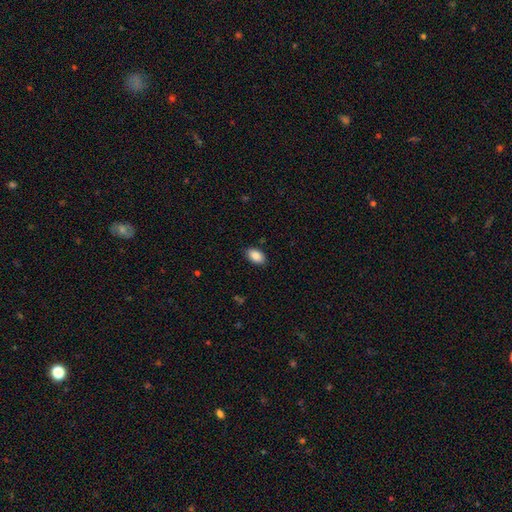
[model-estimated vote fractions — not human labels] Smooth or featured?
  - smooth: 89% *
  - star or artifact: 7%
  - featured or disk: 4%
How rounded?
  - in between: 92% *
  - round: 7%
  - cigar-shaped: 1%
Merging?
  - none: 87% *
  - minor disturbance: 9%
  - major disturbance: 2%
  - merger: 1%